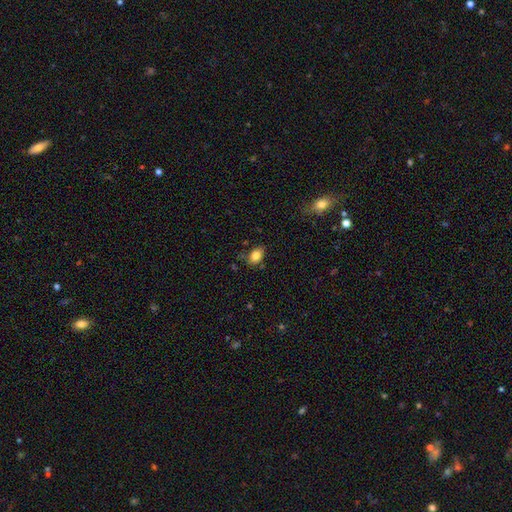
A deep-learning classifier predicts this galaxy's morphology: Overall: smooth (82%). How rounded: in between (83%). Merging: none (71%).